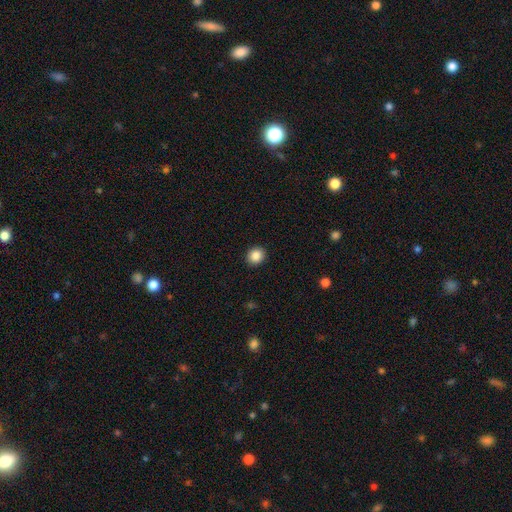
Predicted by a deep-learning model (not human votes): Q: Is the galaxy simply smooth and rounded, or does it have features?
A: smooth — 87%.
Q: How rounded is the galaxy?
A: round — 83%.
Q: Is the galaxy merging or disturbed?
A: none — 92%.